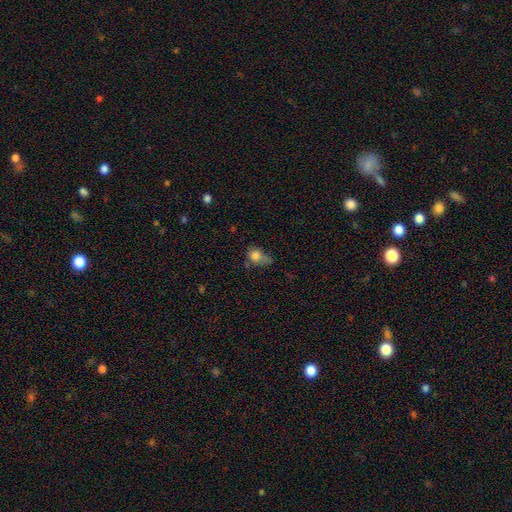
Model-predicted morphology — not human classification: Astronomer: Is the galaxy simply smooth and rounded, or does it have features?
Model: smooth — 77%.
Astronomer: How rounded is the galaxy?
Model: in between — 53% (runner-up: round, 45%).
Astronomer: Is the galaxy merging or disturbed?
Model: minor disturbance — 33% (runner-up: none, 29%).